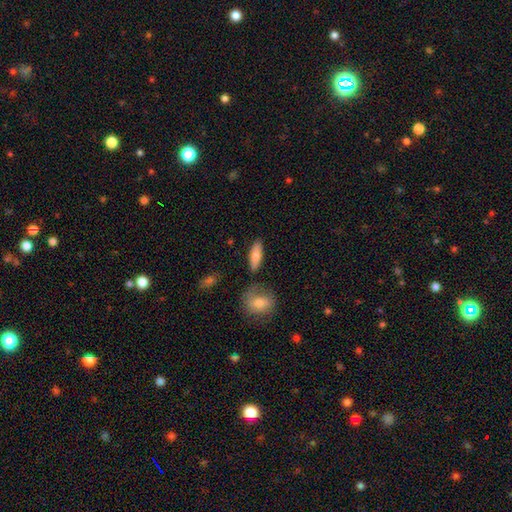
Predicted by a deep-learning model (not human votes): smooth_or_featured: smooth (p=0.80) [alt: featured or disk p=0.14]
how_rounded: in between (p=0.56) [alt: cigar-shaped p=0.41]
merging: none (p=0.79) [alt: minor disturbance p=0.11]